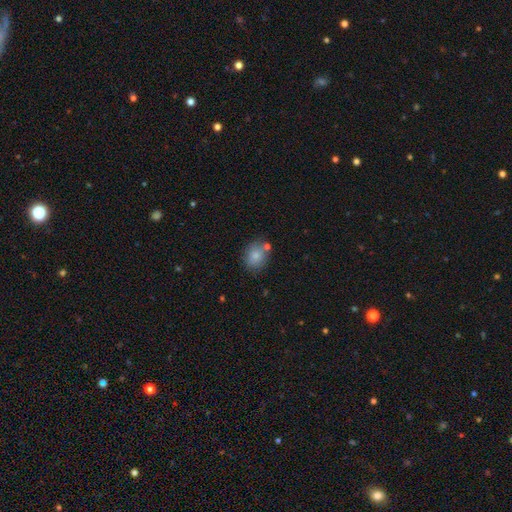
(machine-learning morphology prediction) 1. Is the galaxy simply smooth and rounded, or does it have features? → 81% smooth, 11% featured or disk, 9% star or artifact.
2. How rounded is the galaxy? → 52% round, 47% in between, 1% cigar-shaped.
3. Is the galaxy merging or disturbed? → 68% none, 16% minor disturbance, 12% merger, 4% major disturbance.